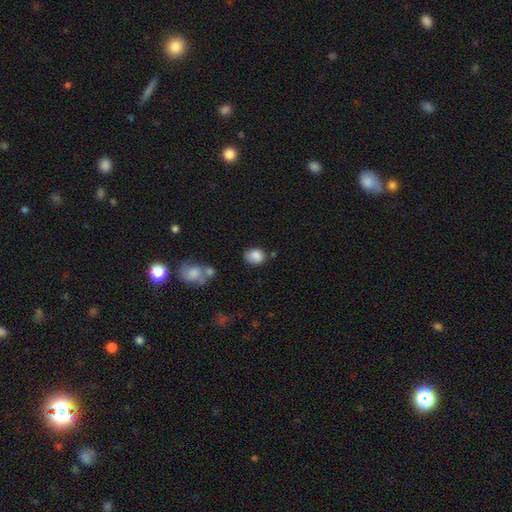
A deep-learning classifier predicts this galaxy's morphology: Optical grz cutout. It shows a smooth galaxy with no disk features (85%) that is in between round and cigar-shaped (59%). Merging: none (67%).